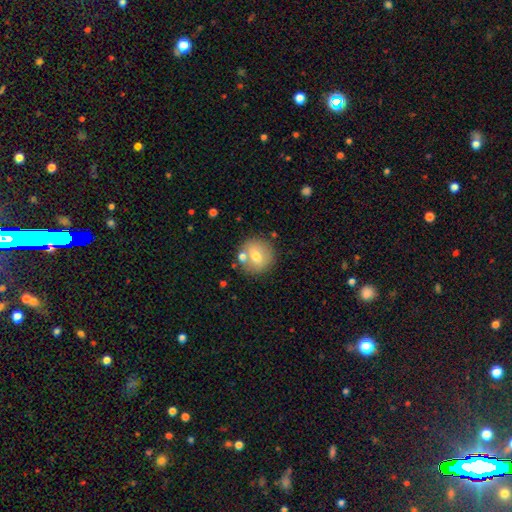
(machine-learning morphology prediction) This is likely a smooth galaxy (67%). How rounded: clearly round (90%). Merging: likely none (75%).